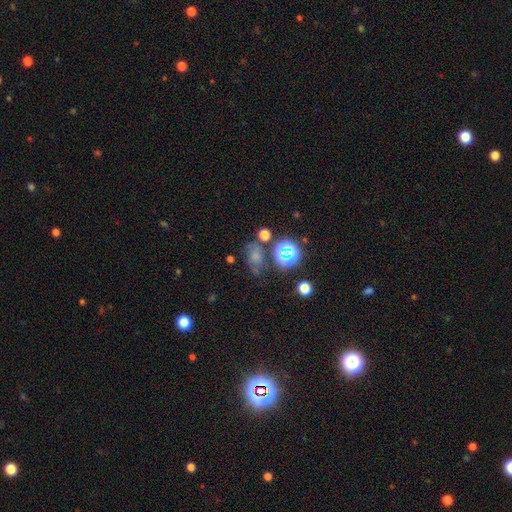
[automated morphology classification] smooth-or-featured: smooth: 50% | star or artifact: 30% | featured or disk: 19%
  how-rounded: in between: 62% | round: 35% | cigar-shaped: 3%
  merging: none: 53% | minor disturbance: 22% | major disturbance: 12% | merger: 12%